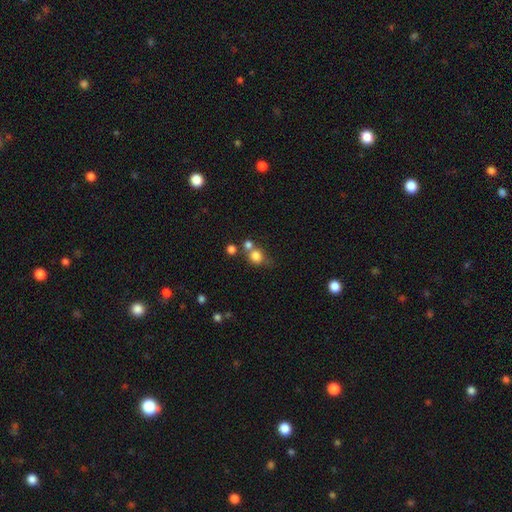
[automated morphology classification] This is likely a smooth galaxy (79%). How rounded: clearly round (82%). Merging: possibly none (48%).